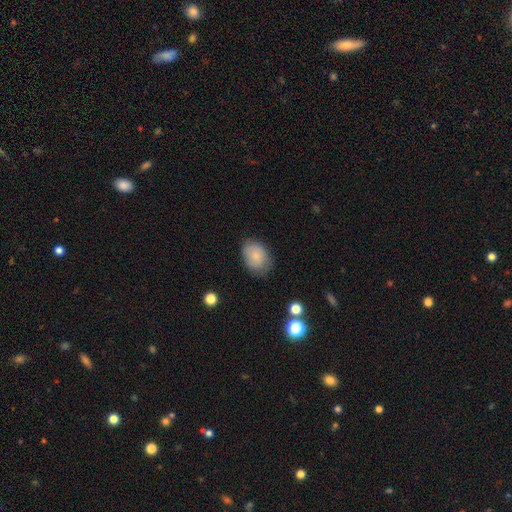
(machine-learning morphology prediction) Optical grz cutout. It shows a smooth galaxy with no disk features (81%) that is in between round and cigar-shaped (75%). Merging: none (73%).